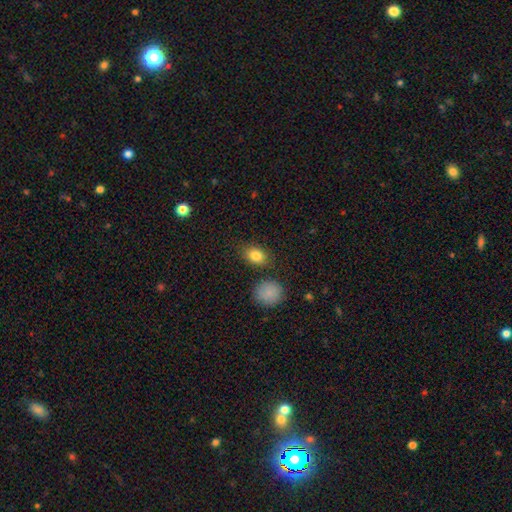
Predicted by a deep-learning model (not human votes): A smooth galaxy with no disk features (83%) that is in between round and cigar-shaped (70%). Merging: none (78%).